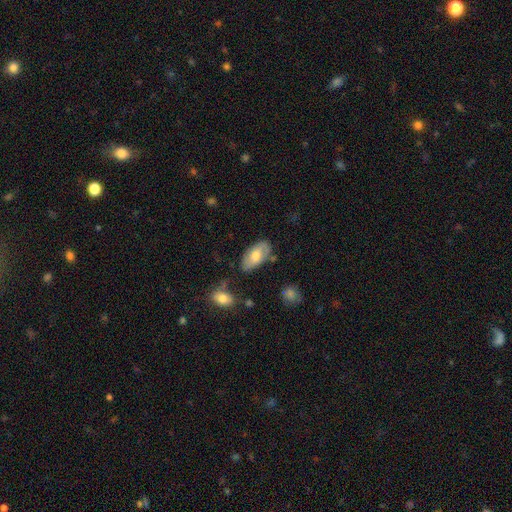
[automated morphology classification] Overall: smooth (64%; featured or disk 29%). How rounded: in between (94%). Merging: none (66%).